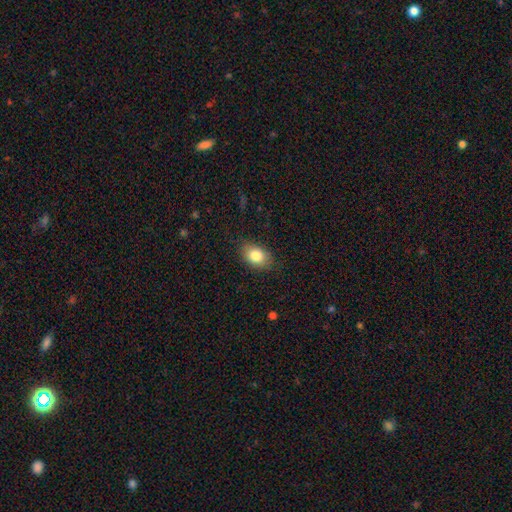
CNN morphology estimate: smooth 82%, featured or disk 10%, star or artifact 8%. Down the decision tree: how rounded — in between (82%); merging — none (82%).